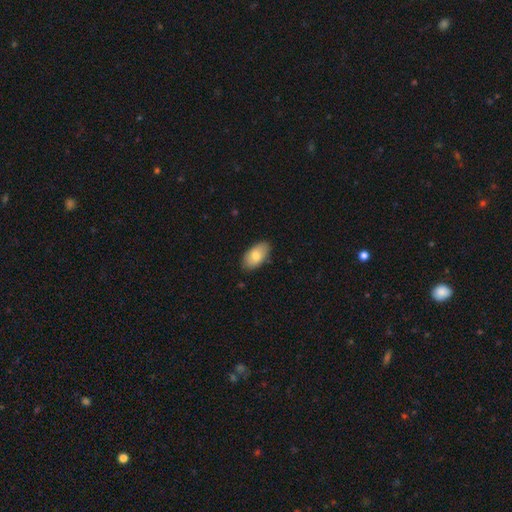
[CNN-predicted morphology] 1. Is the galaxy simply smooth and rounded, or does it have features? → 76% smooth, 17% featured or disk, 6% star or artifact.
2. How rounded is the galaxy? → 94% in between, 4% round, 2% cigar-shaped.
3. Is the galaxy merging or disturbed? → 85% none, 12% minor disturbance, 2% major disturbance, 1% merger.